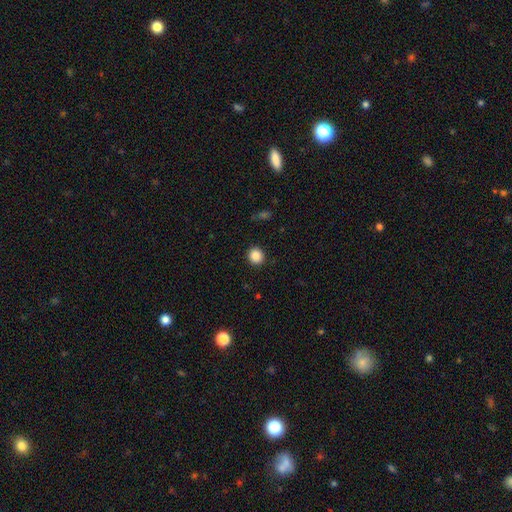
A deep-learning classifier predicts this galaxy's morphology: The model was most divided on "how rounded": round: 88%, in between: 11%, cigar-shaped: 1%. More confident: merging — none (91%); smooth or featured — smooth (88%).